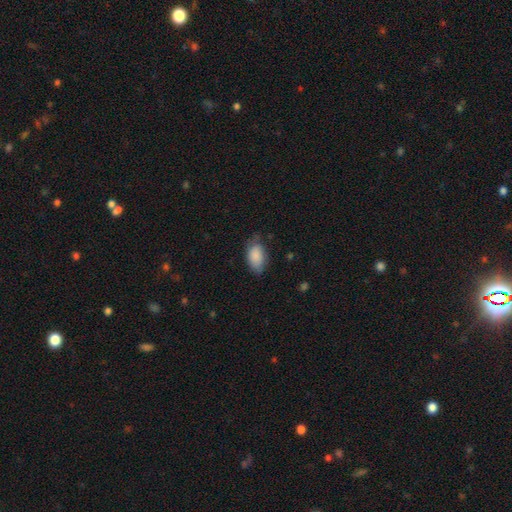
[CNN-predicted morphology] This appears to be a smooth galaxy with no disk features (86%) that is in between round and cigar-shaped (93%). Merging: none (64%).